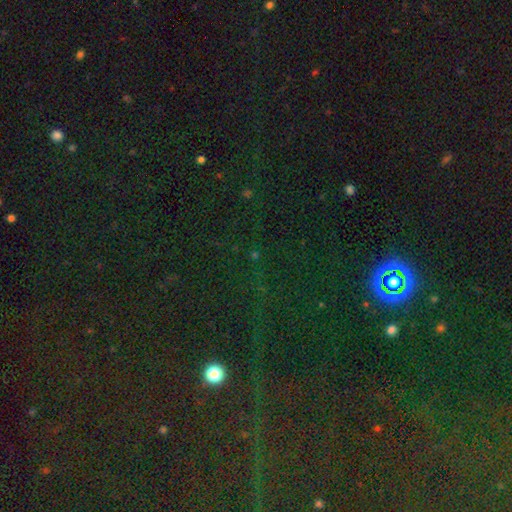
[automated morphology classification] Smooth or featured? star or artifact (79%)